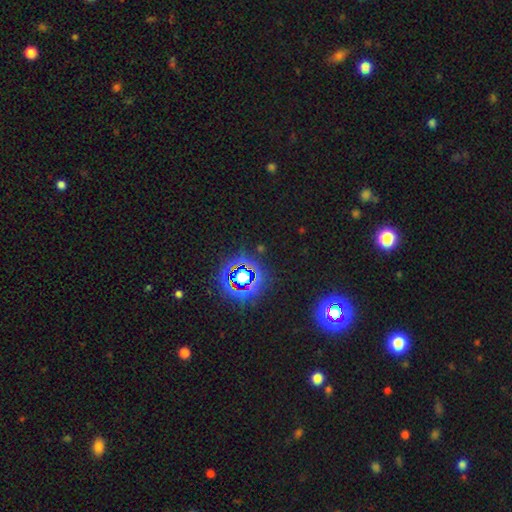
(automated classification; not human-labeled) Overall: star or artifact (78%).